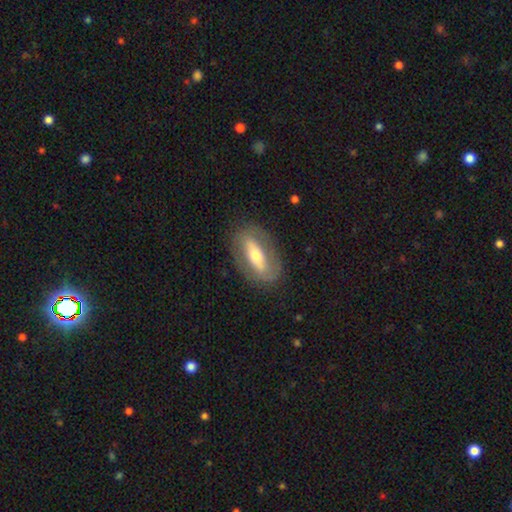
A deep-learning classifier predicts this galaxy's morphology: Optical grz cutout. It shows a featured or disk galaxy (60%). Merging: none (81%).